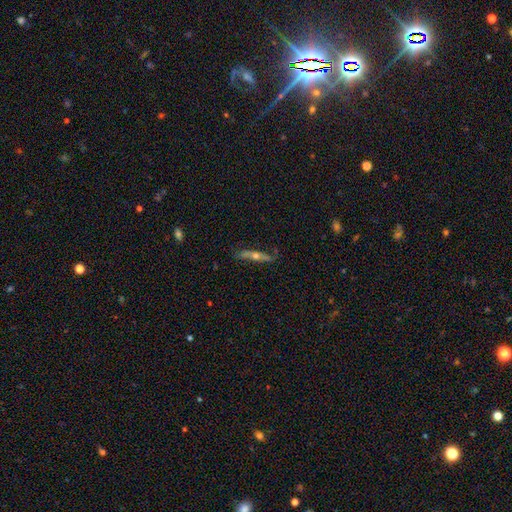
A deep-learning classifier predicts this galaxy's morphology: Smooth or featured: featured or disk — 66% (smooth — 27%)
Edge-on disk: yes — 87% (no — 13%)
Edge-on bulge: rounded — 92% (none — 6%)
Merging: none — 79% (minor disturbance — 15%)